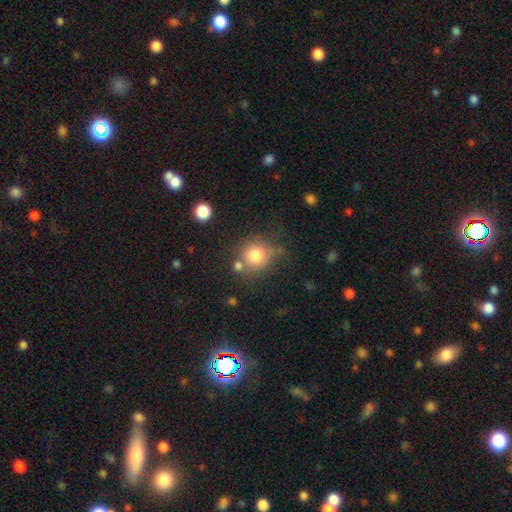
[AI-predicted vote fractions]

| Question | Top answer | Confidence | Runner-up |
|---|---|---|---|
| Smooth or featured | smooth | 79% | star or artifact (11%) |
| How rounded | round | 88% | in between (11%) |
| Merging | none | 63% | minor disturbance (16%) |